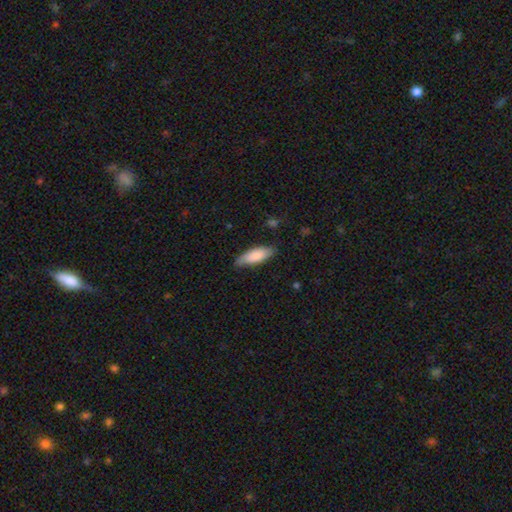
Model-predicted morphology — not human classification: smooth-or-featured: smooth: 83% | featured or disk: 12% | star or artifact: 6%
  how-rounded: in between: 65% | cigar-shaped: 33% | round: 2%
  merging: none: 75% | minor disturbance: 20% | major disturbance: 3% | merger: 1%